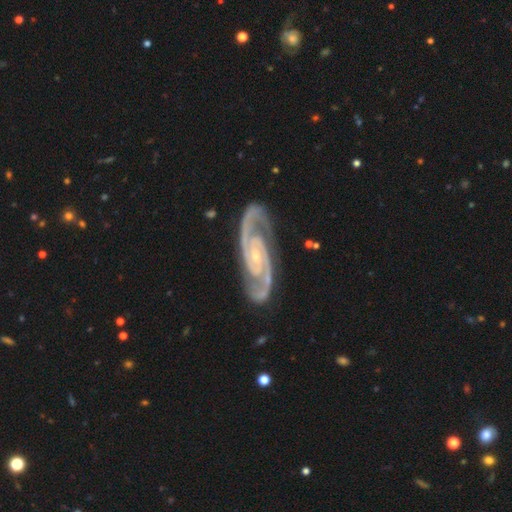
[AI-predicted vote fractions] smooth_or_featured: featured or disk (p=0.94) [alt: star or artifact p=0.04]
disk_edge_on: no (p=0.97) [alt: yes p=0.03]
bar: no (p=0.57) [alt: weak p=0.28]
has_spiral_arms: yes (p=0.99) [alt: no p=0.01]
spiral_winding: medium (p=0.50) [alt: tight p=0.43]
spiral_arm_count: 2 (p=0.91) [alt: 3 p=0.03]
bulge_size: small (p=0.80) [alt: moderate p=0.15]
merging: none (p=0.83) [alt: minor disturbance p=0.12]